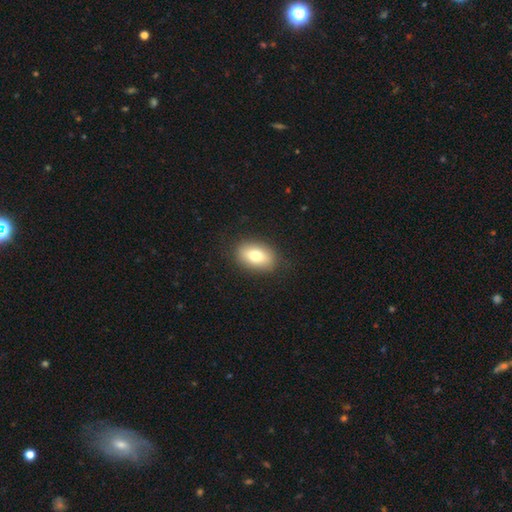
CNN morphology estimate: Q: Smooth or featured?
A: smooth (77%); runner-up: featured or disk (16%)
Q: How rounded?
A: in between (86%); runner-up: round (11%)
Q: Merging?
A: none (86%); runner-up: minor disturbance (10%)